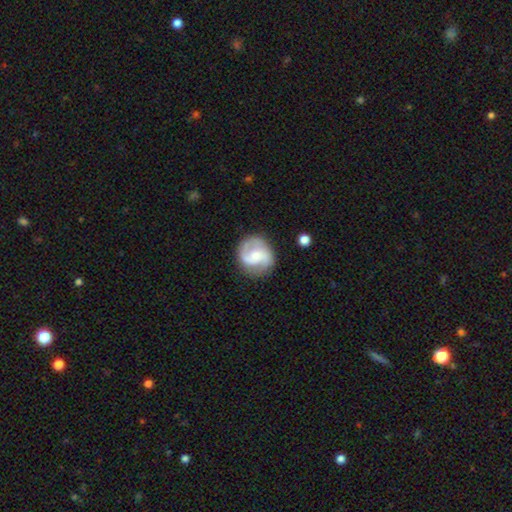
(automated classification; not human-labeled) A featured or disk galaxy (73%) with no bar (48%), 2 (84%) medium (48%) spiral arms (93%) and a small central bulge (51%). Merging: none (78%).